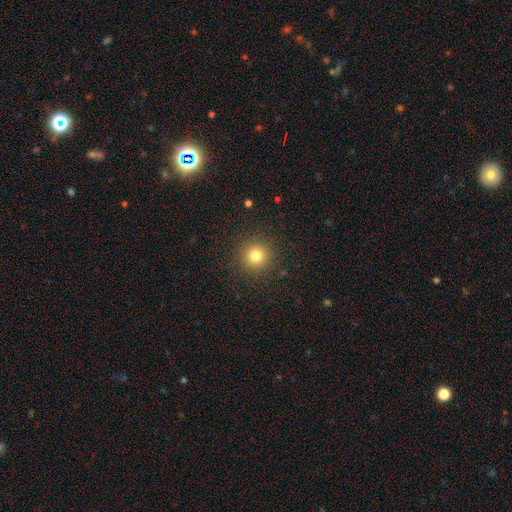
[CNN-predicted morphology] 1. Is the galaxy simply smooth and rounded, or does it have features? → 79% smooth, 14% star or artifact, 7% featured or disk.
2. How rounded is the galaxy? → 95% round, 4% in between, 1% cigar-shaped.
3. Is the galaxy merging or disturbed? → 91% none, 6% minor disturbance, 3% major disturbance, 1% merger.